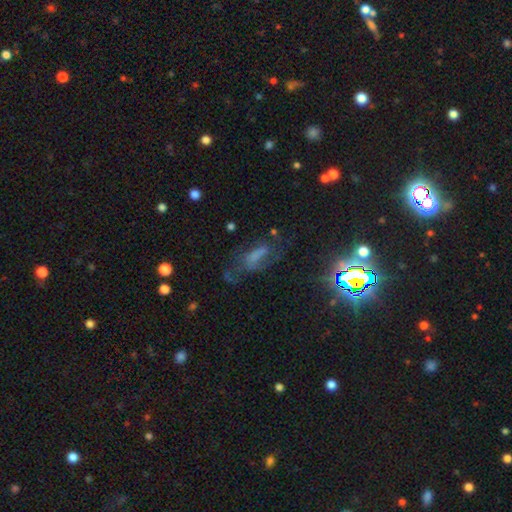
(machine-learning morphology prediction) Smooth or featured? featured or disk (38%)
Merging? none (51%)